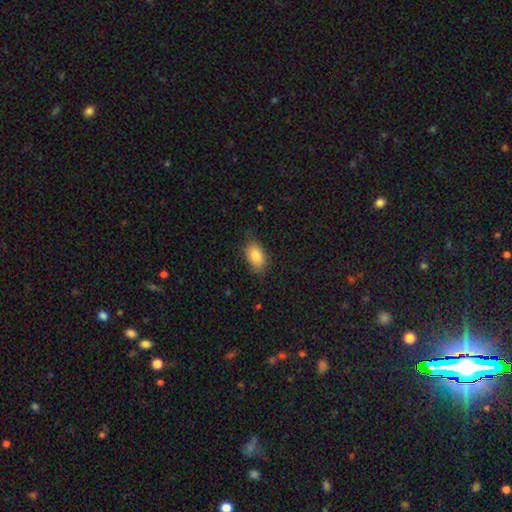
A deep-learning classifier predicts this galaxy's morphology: This appears to be a smooth galaxy with no disk features (83%) that is in between round and cigar-shaped (88%). Merging: none (80%).